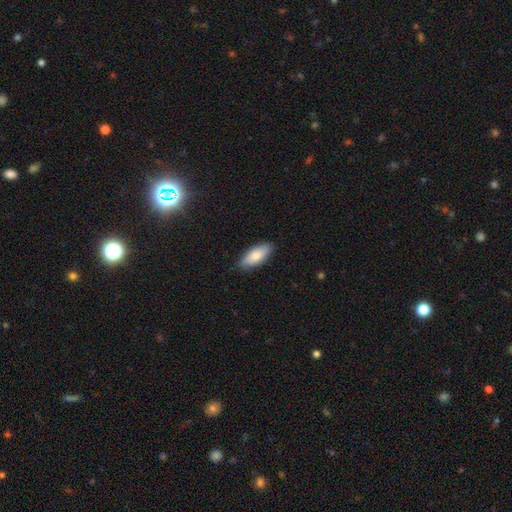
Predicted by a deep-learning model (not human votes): Smooth or featured? smooth (81%)
How rounded? in between (80%)
Merging? none (87%)